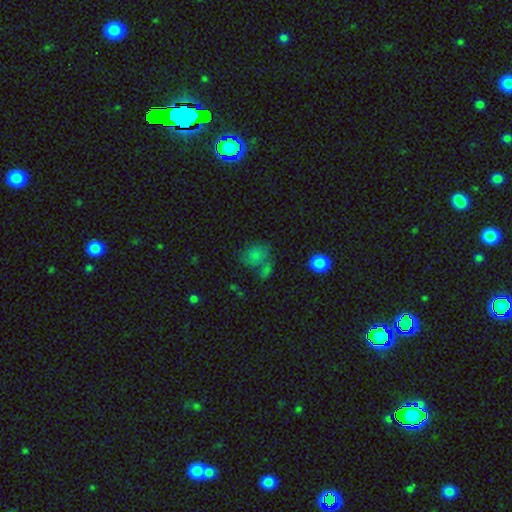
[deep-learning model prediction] smooth 69%, star or artifact 16%, featured or disk 15%. Down the decision tree: how rounded — round (59%); merging — none (41%).